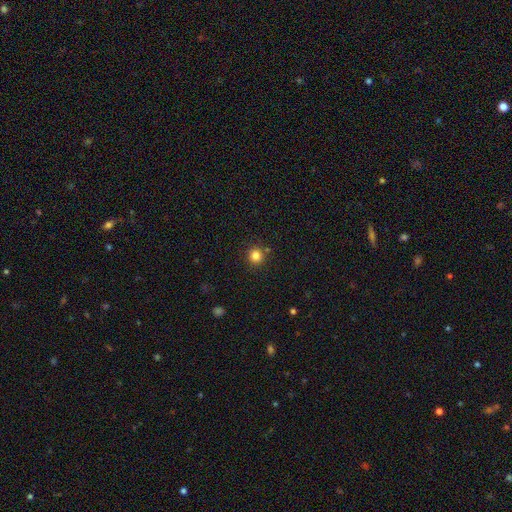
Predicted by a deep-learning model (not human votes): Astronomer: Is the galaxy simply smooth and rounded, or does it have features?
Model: smooth — 82%.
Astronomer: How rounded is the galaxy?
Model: round — 93%.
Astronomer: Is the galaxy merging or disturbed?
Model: none — 85%.